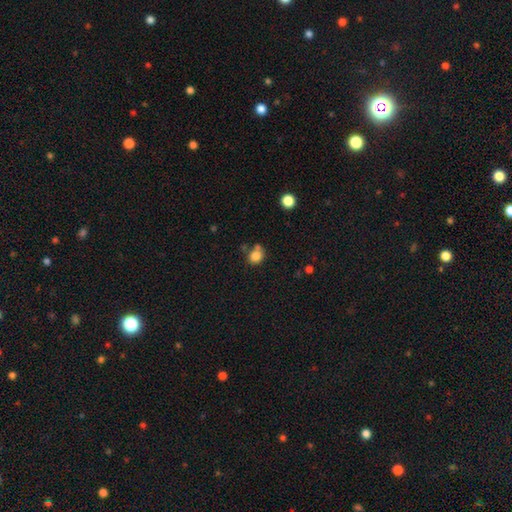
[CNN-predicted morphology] Overall: smooth (82%). How rounded: round (66%; in between 33%). Merging: none (58%).